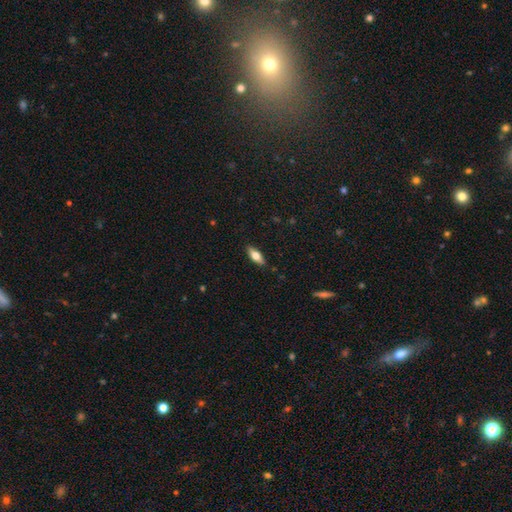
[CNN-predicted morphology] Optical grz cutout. It shows a smooth galaxy with no disk features (58%) that is in between round and cigar-shaped (63%). Merging: none (88%).